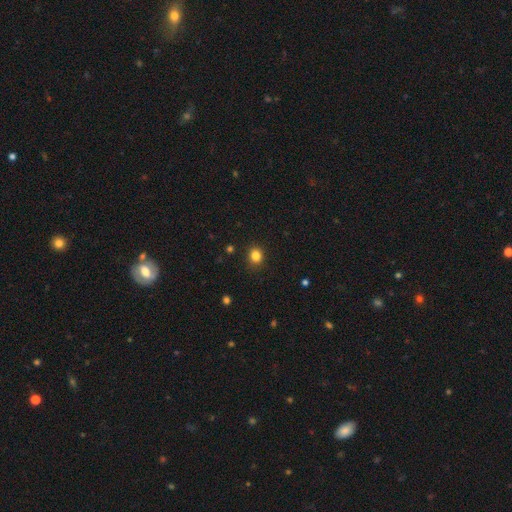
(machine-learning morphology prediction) The model was most divided on "how rounded": round: 76%, in between: 23%, cigar-shaped: 1%. More confident: merging — none (89%); smooth or featured — smooth (83%).